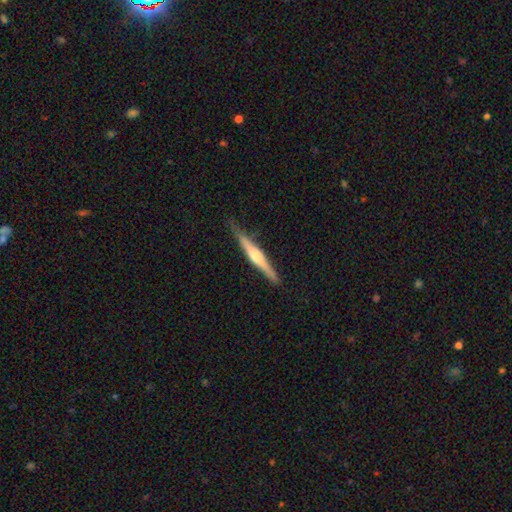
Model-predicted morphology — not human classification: The model was most divided on "smooth or featured": featured or disk: 68%, smooth: 26%, star or artifact: 5%. More confident: edge-on disk — yes (98%); merging — none (83%); edge-on bulge — rounded (81%).